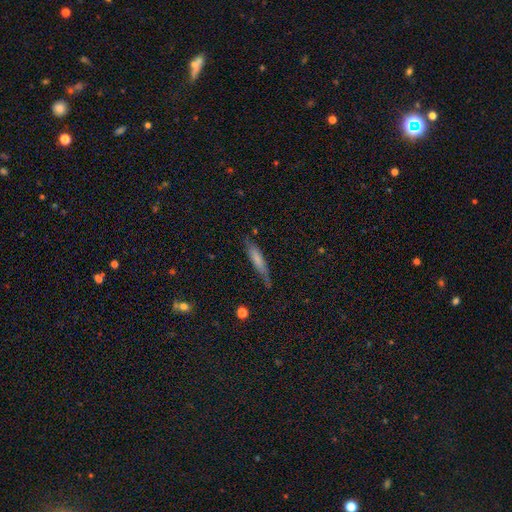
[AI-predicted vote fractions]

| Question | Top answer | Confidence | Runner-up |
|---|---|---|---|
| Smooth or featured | smooth | 54% | featured or disk (34%) |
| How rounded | cigar-shaped | 87% | in between (11%) |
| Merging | none | 71% | minor disturbance (22%) |